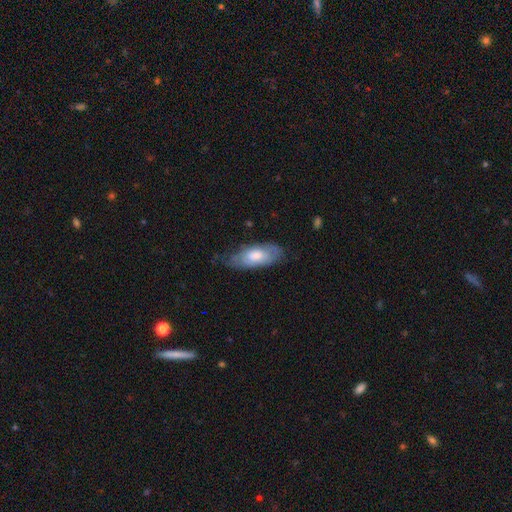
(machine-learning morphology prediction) type=smooth (59%); roundness=in between (84%); merging=none (56%).